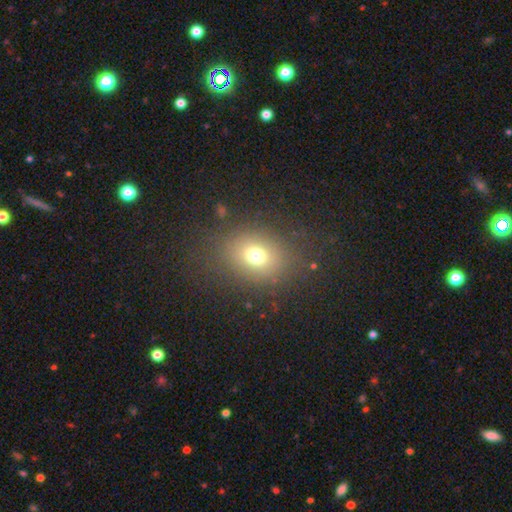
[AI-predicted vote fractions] Smooth or featured? Predicted: smooth (p=0.70). How rounded? Predicted: round (p=0.55). Merging? Predicted: none (p=0.81).